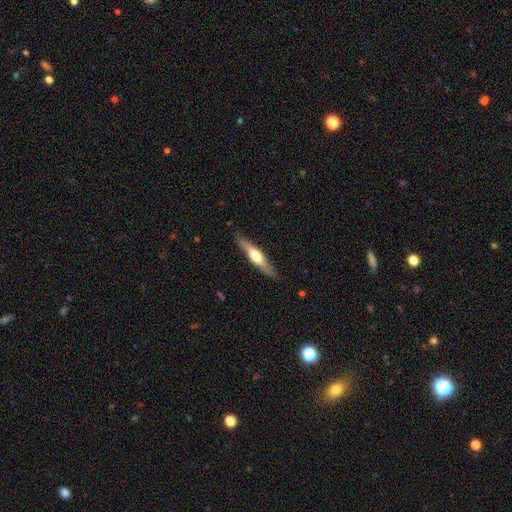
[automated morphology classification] Overall: featured or disk (57%; smooth 38%). Edge-on disk: yes (93%). Edge-on bulge: rounded (89%). Merging: none (86%).